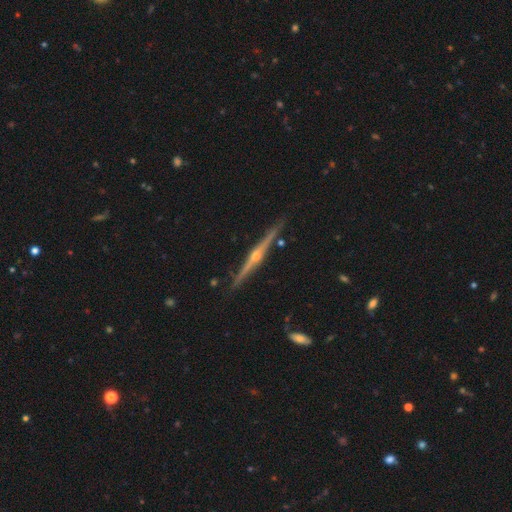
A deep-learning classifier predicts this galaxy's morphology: Smooth or featured: featured or disk — 87% (smooth — 8%)
Edge-on disk: yes — 98% (no — 2%)
Edge-on bulge: rounded — 90% (none — 6%)
Merging: none — 90% (minor disturbance — 7%)